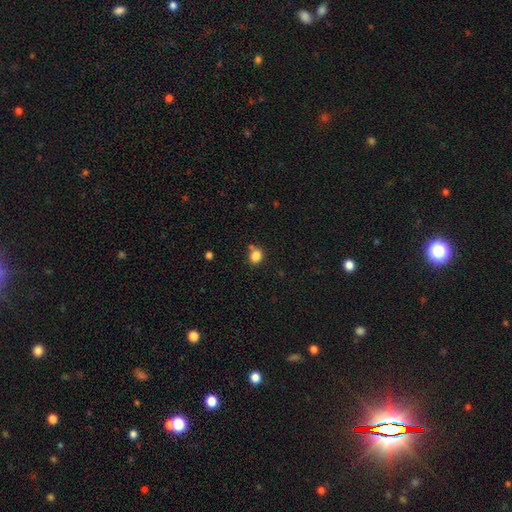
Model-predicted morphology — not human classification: A smooth galaxy with no disk features (84%) that is round (62%).

Vote fractions:
- Smooth or featured? smooth: 84% / star or artifact: 11% / featured or disk: 4%
- How rounded? round: 62% / in between: 37% / cigar-shaped: 1%
- Merging? none: 72% / minor disturbance: 13% / merger: 11% / major disturbance: 4%